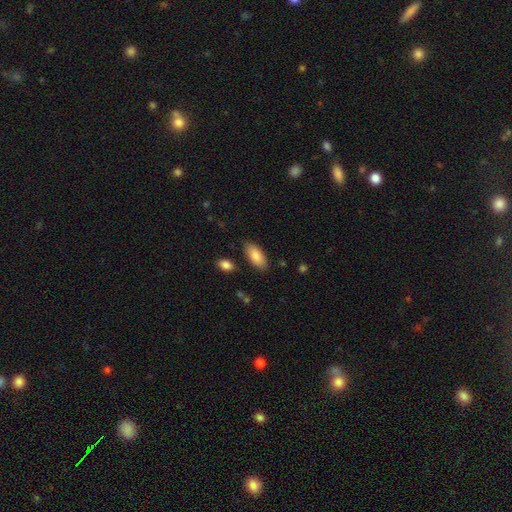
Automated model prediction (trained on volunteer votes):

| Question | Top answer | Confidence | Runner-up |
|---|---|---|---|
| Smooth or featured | smooth | 82% | featured or disk (12%) |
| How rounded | in between | 89% | cigar-shaped (9%) |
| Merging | none | 83% | minor disturbance (12%) |